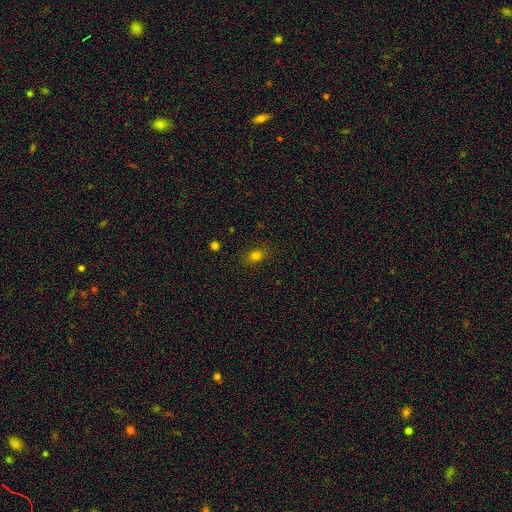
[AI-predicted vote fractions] A smooth galaxy with no disk features (79%) that is in between round and cigar-shaped (70%). Merging: none (83%).